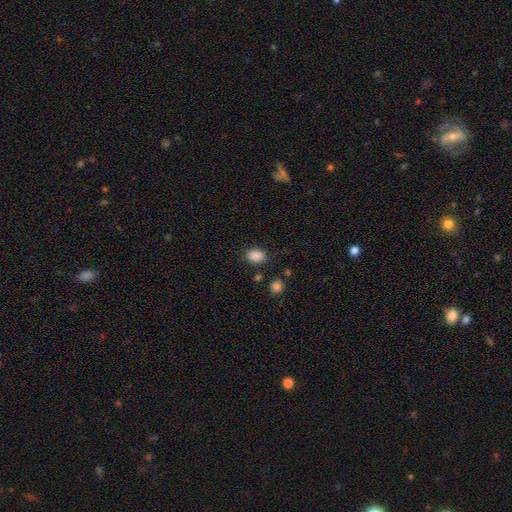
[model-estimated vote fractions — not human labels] Q: Smooth or featured?
A: smooth (87%); runner-up: star or artifact (9%)
Q: How rounded?
A: in between (77%); runner-up: round (22%)
Q: Merging?
A: none (82%); runner-up: minor disturbance (12%)